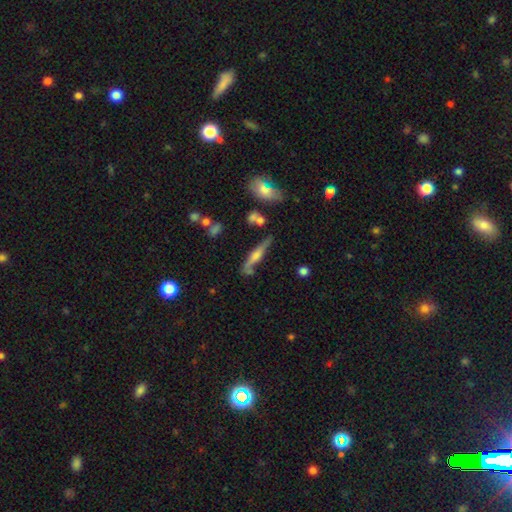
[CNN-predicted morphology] Smooth or featured?
  - featured or disk: 57% *
  - smooth: 35%
  - star or artifact: 8%
Edge-on disk?
  - yes: 90% *
  - no: 10%
Edge-on bulge?
  - rounded: 67% *
  - boxy: 20%
  - none: 13%
Merging?
  - none: 65% *
  - minor disturbance: 19%
  - merger: 10%
  - major disturbance: 6%